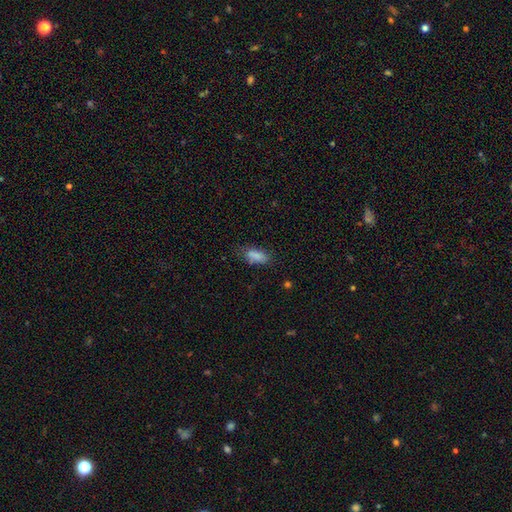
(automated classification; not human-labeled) A smooth galaxy with no disk features (82%) that is in between round and cigar-shaped (82%). Merging: none (64%).